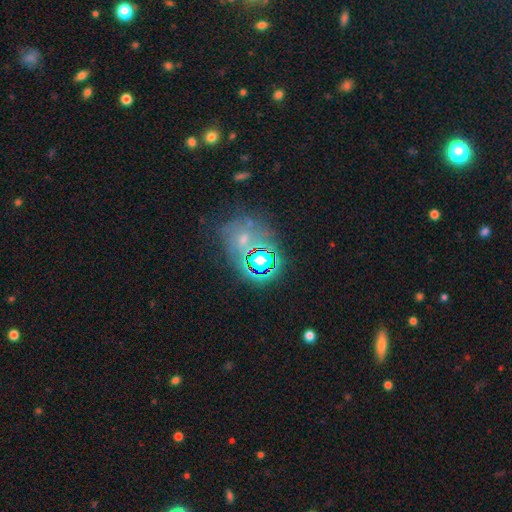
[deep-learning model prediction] Overall: star or artifact (56%; smooth 28%).